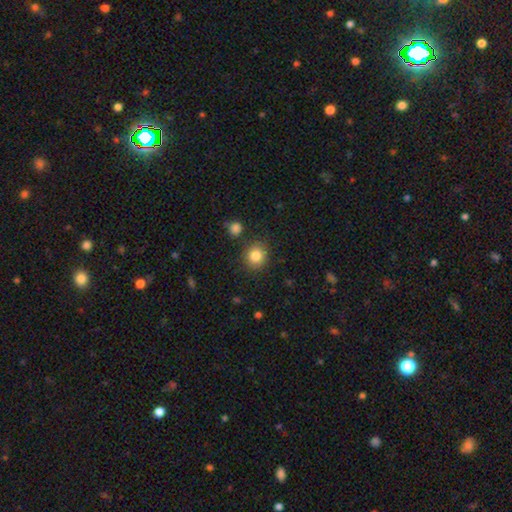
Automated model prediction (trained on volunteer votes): smooth_or_featured: smooth (p=0.84) [alt: star or artifact p=0.10]
how_rounded: round (p=0.81) [alt: in between p=0.18]
merging: none (p=0.85) [alt: minor disturbance p=0.09]